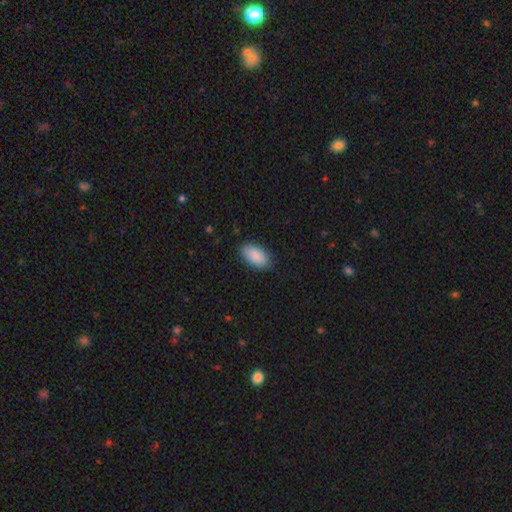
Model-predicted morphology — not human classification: Q: Smooth or featured?
A: smooth (89%); runner-up: star or artifact (6%)
Q: How rounded?
A: in between (94%); runner-up: round (3%)
Q: Merging?
A: none (84%); runner-up: minor disturbance (12%)